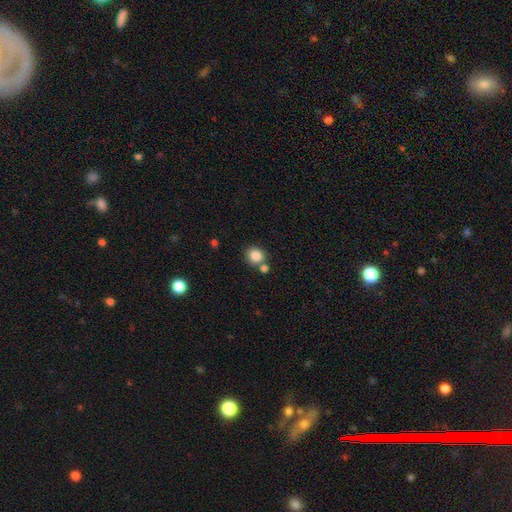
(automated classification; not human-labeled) A smooth galaxy with no disk features (84%) that is round (80%).

Vote fractions:
- Smooth or featured? smooth: 84% / star or artifact: 10% / featured or disk: 6%
- How rounded? round: 80% / in between: 19% / cigar-shaped: 1%
- Merging? none: 69% / merger: 19% / minor disturbance: 10% / major disturbance: 3%